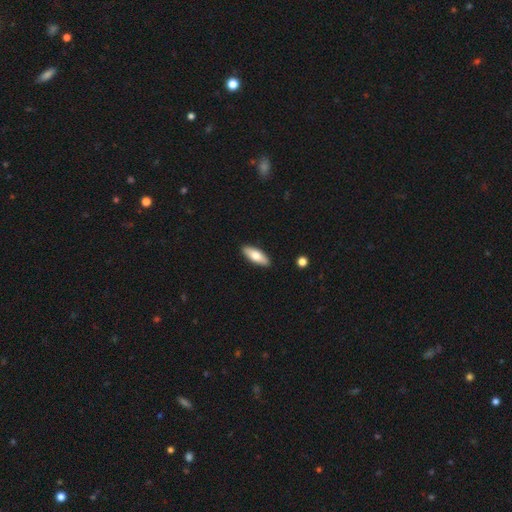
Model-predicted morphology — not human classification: Smooth or featured: smooth — 72% (featured or disk — 22%)
How rounded: in between — 66% (cigar-shaped — 32%)
Merging: none — 90% (minor disturbance — 7%)